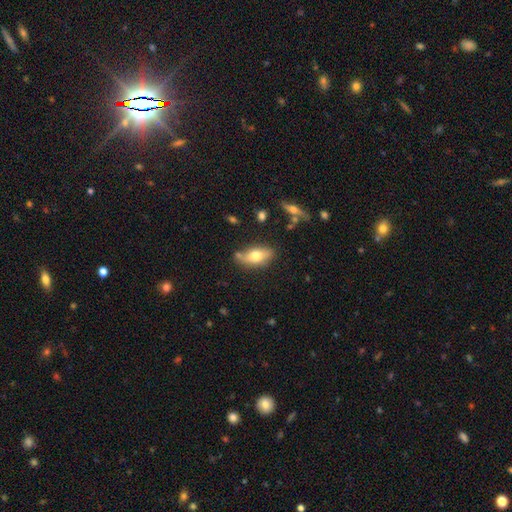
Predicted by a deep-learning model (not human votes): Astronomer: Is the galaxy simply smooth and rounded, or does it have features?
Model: smooth — 65%.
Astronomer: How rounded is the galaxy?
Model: in between — 83%.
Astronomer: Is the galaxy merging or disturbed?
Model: none — 73%.